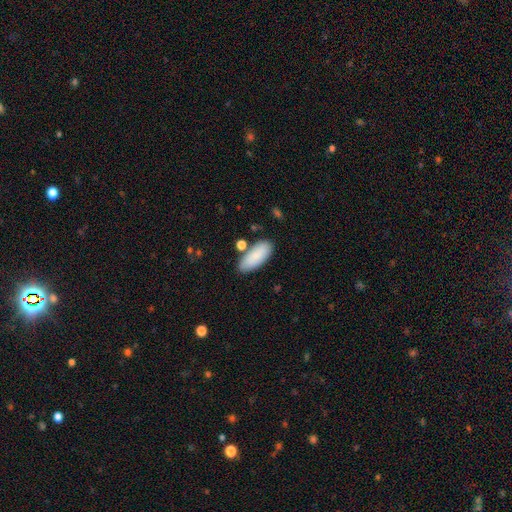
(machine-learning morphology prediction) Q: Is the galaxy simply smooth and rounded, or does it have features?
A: smooth — 86%.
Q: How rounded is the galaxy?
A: in between — 84%.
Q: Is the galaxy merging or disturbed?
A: none — 76%.